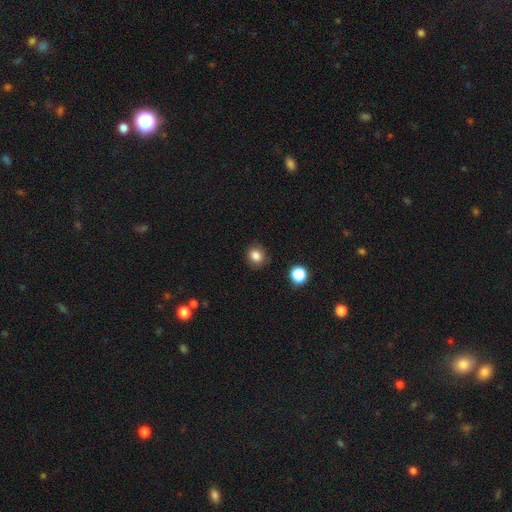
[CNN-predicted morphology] Overall: smooth (83%). How rounded: round (74%). Merging: none (87%).